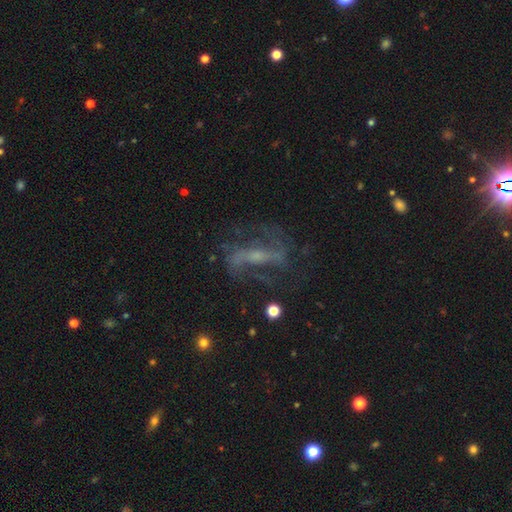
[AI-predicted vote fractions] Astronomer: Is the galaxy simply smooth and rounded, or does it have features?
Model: featured or disk — 77%.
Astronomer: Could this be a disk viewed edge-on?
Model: no — 83%.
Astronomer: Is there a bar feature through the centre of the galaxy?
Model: strong — 51% (runner-up: weak, 32%).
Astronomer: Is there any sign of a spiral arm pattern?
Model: yes — 86%.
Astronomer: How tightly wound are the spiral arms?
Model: loose — 52% (runner-up: medium, 34%).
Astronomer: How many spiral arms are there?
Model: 2 — 83%.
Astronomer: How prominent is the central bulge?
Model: small — 58%.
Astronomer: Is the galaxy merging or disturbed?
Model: none — 65%.